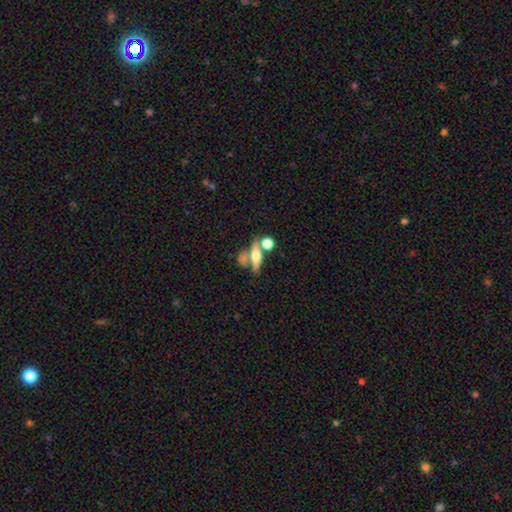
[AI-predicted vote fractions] smooth_or_featured: featured or disk (p=0.50) [alt: smooth p=0.40]
merging: none (p=0.53) [alt: merger p=0.29]